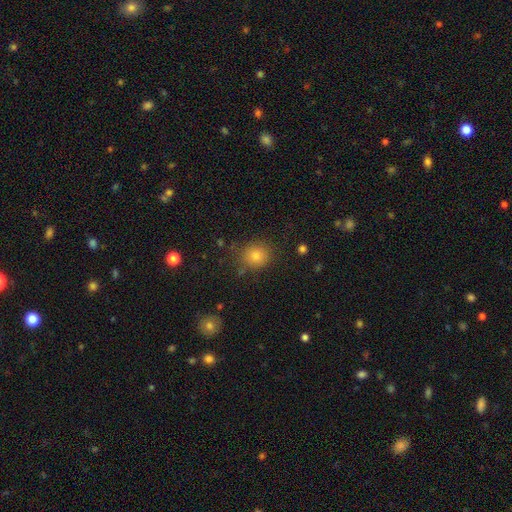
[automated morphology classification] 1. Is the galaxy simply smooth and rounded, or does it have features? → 76% smooth, 17% star or artifact, 7% featured or disk.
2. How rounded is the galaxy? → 86% round, 13% in between, 1% cigar-shaped.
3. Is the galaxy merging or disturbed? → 83% none, 11% minor disturbance, 4% major disturbance, 3% merger.